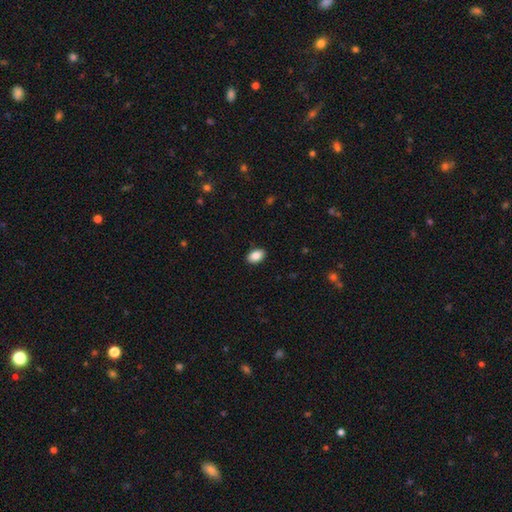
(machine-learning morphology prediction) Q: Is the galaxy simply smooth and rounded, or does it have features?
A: smooth — 88%.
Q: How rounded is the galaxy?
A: in between — 90%.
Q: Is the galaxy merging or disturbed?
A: none — 89%.